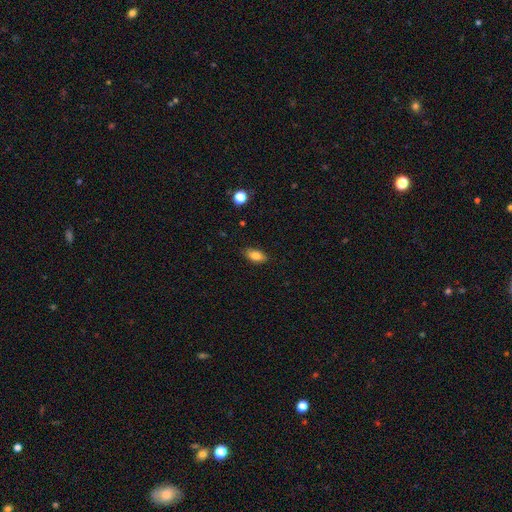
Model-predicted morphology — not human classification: smooth-or-featured: smooth: 81% | featured or disk: 11% | star or artifact: 8%
  how-rounded: in between: 88% | cigar-shaped: 7% | round: 5%
  merging: none: 85% | minor disturbance: 12% | major disturbance: 2% | merger: 1%